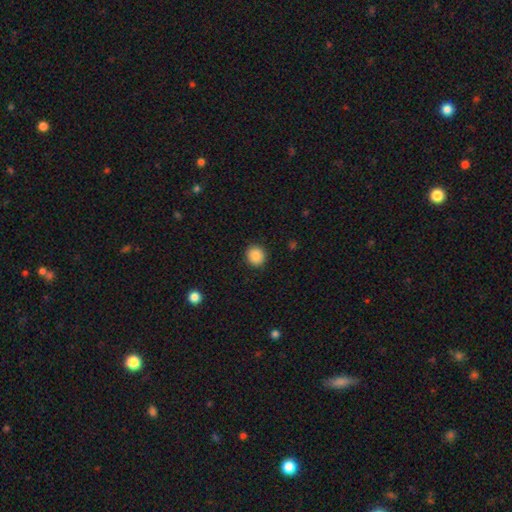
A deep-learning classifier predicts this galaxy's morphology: Smooth or featured: smooth — 88% (star or artifact — 9%)
How rounded: round — 87% (in between — 12%)
Merging: none — 91% (minor disturbance — 6%)